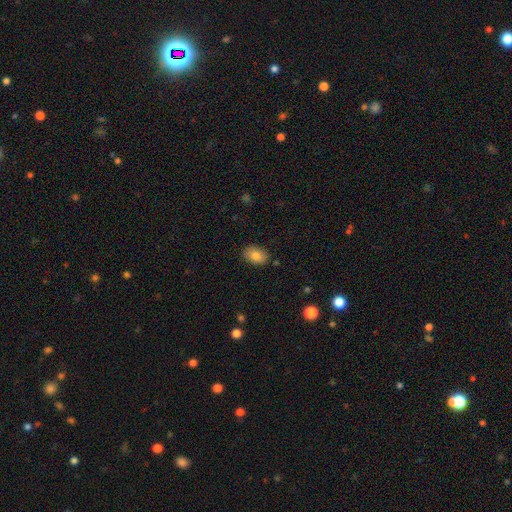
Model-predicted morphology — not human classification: This appears to be a smooth galaxy with no disk features (81%) that is in between round and cigar-shaped (82%). Merging: none (86%).